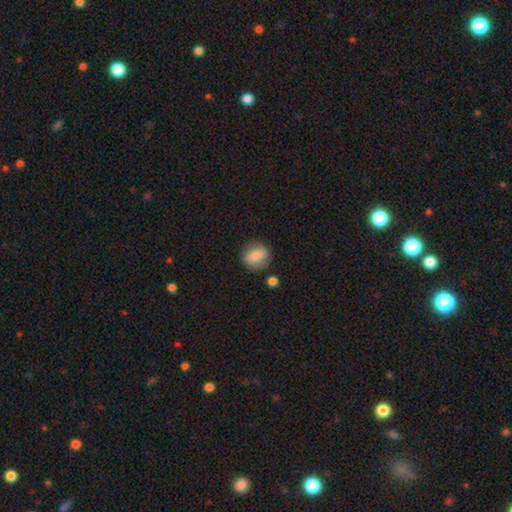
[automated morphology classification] Smooth or featured?
  - smooth: 77% *
  - featured or disk: 15%
  - star or artifact: 8%
How rounded?
  - round: 81% *
  - in between: 17%
  - cigar-shaped: 1%
Merging?
  - none: 80% *
  - minor disturbance: 13%
  - merger: 4%
  - major disturbance: 3%